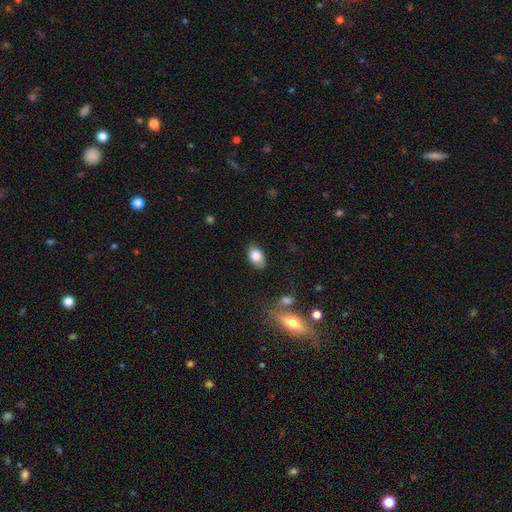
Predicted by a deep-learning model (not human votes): Smooth or featured? smooth (81%)
How rounded? in between (88%)
Merging? none (73%)